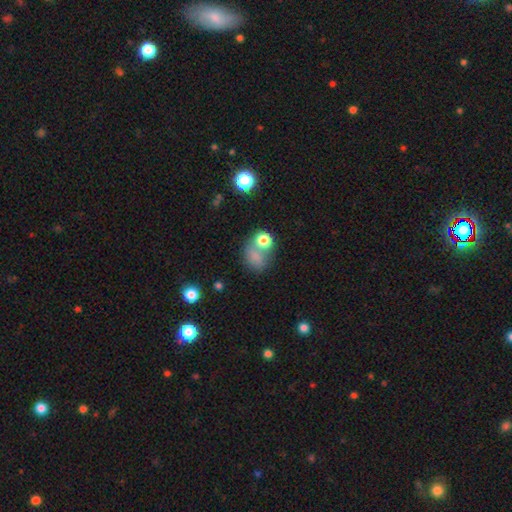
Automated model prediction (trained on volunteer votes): Smooth or featured? smooth (73%)
How rounded? in between (51%)
Merging? merger (36%, tied with none)